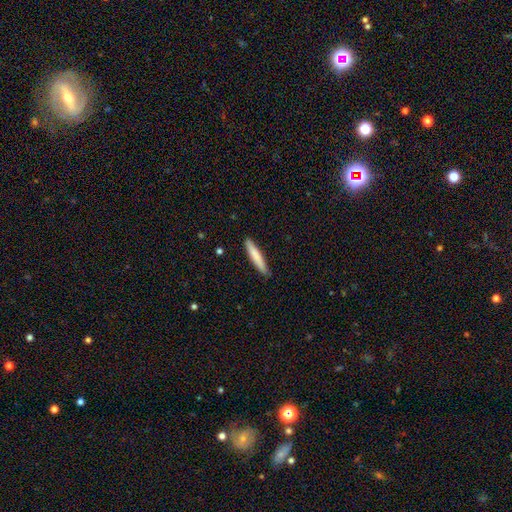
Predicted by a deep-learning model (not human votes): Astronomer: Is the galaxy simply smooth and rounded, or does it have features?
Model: smooth — 79%.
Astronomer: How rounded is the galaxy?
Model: cigar-shaped — 92%.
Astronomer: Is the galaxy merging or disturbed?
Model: none — 88%.